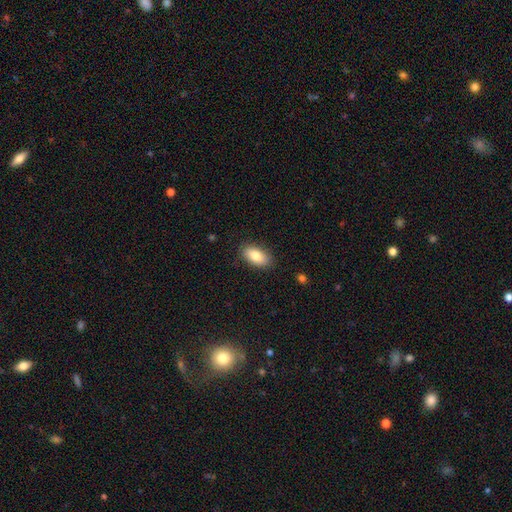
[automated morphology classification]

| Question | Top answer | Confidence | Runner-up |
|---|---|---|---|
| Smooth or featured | smooth | 83% | featured or disk (10%) |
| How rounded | in between | 92% | cigar-shaped (4%) |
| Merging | none | 87% | minor disturbance (10%) |